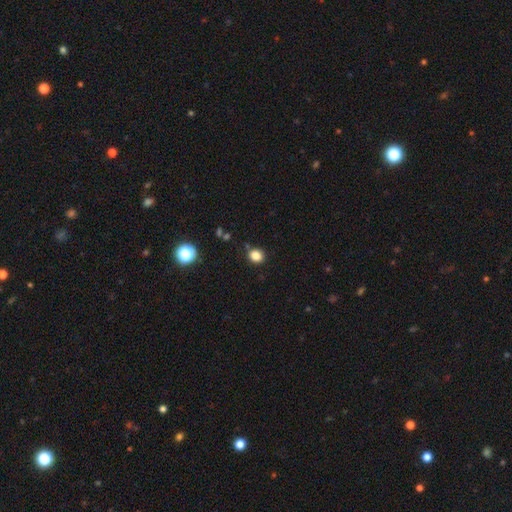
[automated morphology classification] Q: Smooth or featured?
A: smooth (83%); runner-up: star or artifact (13%)
Q: How rounded?
A: round (77%); runner-up: in between (23%)
Q: Merging?
A: none (86%); runner-up: minor disturbance (9%)